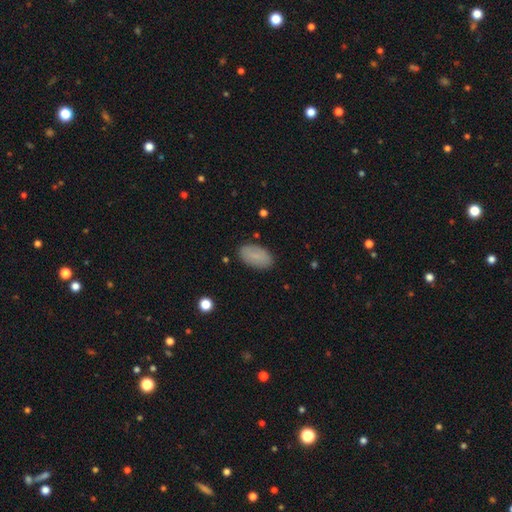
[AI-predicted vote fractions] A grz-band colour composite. It shows a smooth galaxy with no disk features (80%) that is in between round and cigar-shaped (94%). Merging: none (86%).